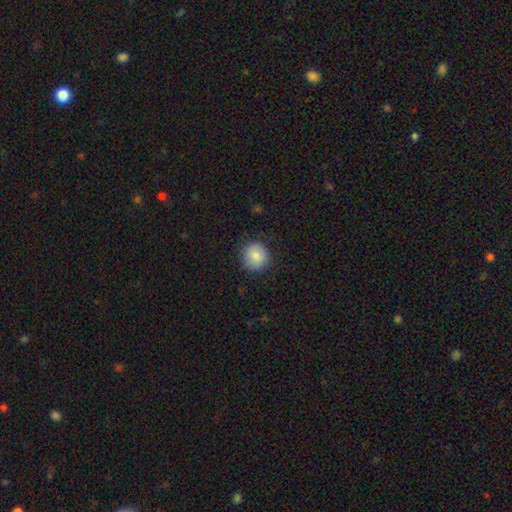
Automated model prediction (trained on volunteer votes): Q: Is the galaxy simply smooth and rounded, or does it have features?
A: smooth — 86%.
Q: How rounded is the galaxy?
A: round — 88%.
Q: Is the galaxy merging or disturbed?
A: none — 86%.